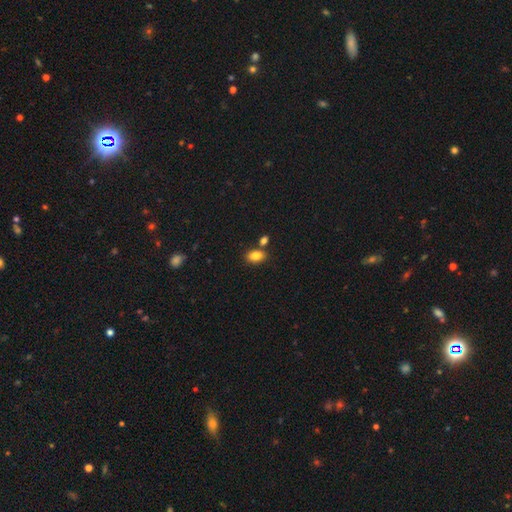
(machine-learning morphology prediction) This is clearly a smooth galaxy (84%). How rounded: clearly in between (85%). Merging: likely none (72%).